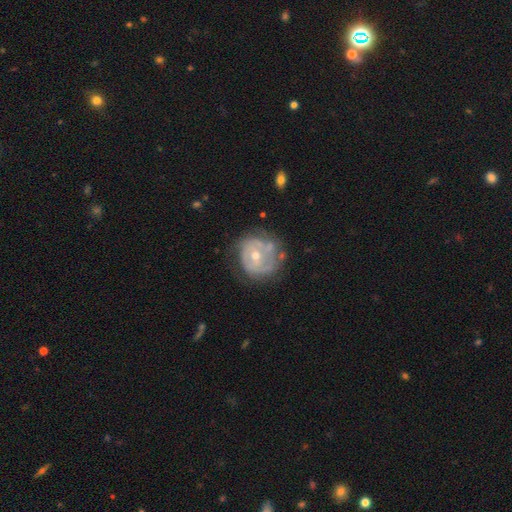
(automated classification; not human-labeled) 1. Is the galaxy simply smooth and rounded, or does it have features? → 70% featured or disk, 22% smooth, 7% star or artifact.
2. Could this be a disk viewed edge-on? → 97% no, 3% yes.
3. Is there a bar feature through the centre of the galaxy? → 76% no, 20% weak, 5% strong.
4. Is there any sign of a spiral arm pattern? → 67% yes, 33% no.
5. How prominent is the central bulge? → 51% moderate, 46% small, 1% large, 1% none, 1% dominant.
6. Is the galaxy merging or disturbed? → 56% none, 26% minor disturbance, 13% major disturbance, 5% merger.